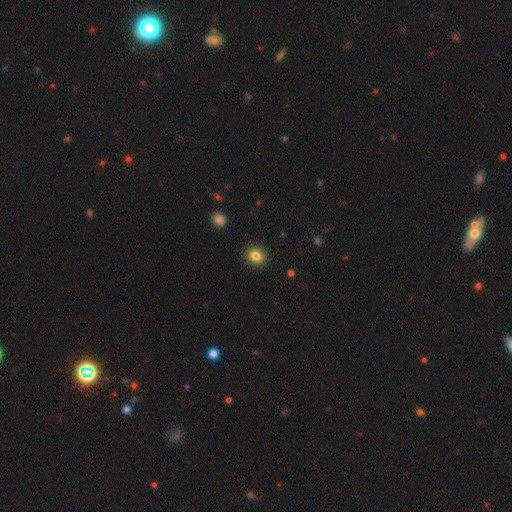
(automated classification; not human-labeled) smooth_or_featured: smooth (p=0.85) [alt: star or artifact p=0.10]
how_rounded: in between (p=0.50) [alt: round p=0.49]
merging: none (p=0.88) [alt: minor disturbance p=0.08]